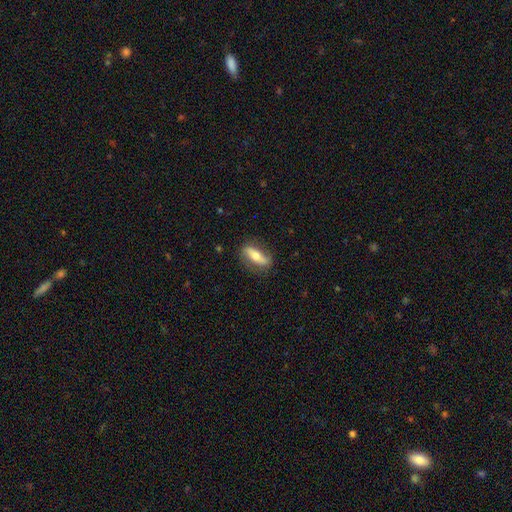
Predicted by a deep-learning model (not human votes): Smooth or featured? featured or disk (49%)
Merging? none (78%)